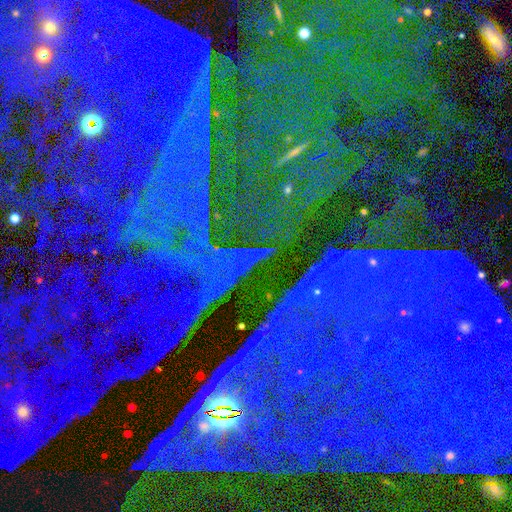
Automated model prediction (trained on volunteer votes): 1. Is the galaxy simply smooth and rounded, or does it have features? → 87% star or artifact, 7% featured or disk, 6% smooth.